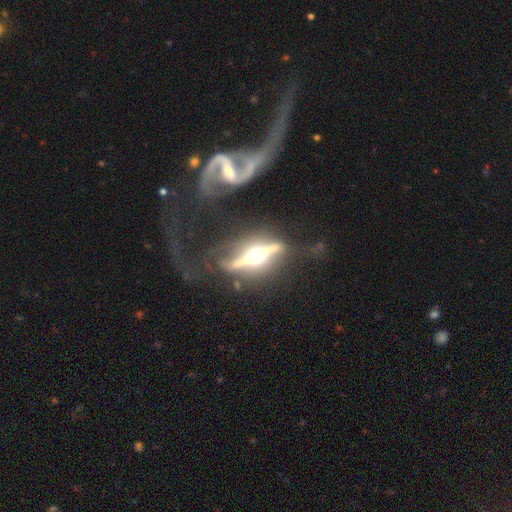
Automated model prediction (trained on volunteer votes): This is clearly a featured or disk galaxy (88%). It is clearly viewed edge-on (91%). Edge-on bulge: clearly rounded (94%). Merging: likely none (65%).